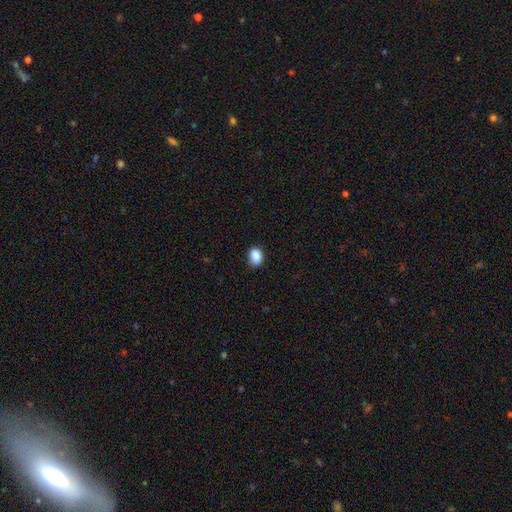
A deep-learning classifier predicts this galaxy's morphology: A smooth galaxy with no disk features (88%) that is in between round and cigar-shaped (76%). Merging: none (85%).